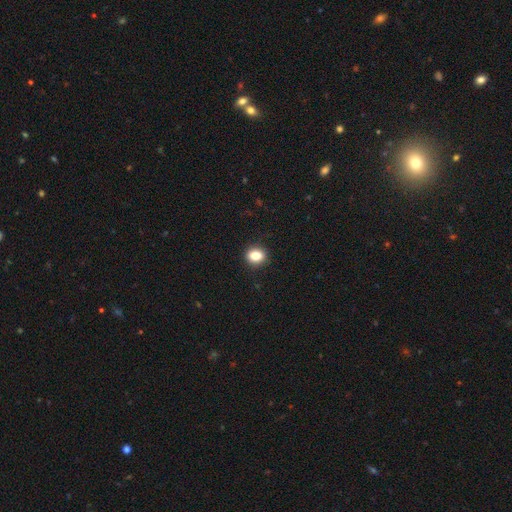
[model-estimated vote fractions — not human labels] The model was most divided on "how rounded": round: 57%, in between: 42%, cigar-shaped: 1%. More confident: merging — none (90%); smooth or featured — smooth (83%).